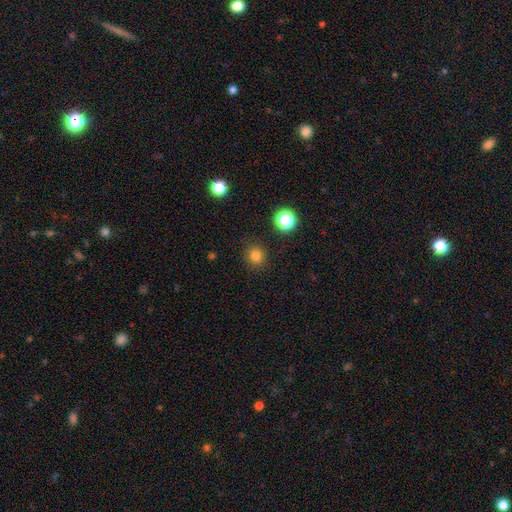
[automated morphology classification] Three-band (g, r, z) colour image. It shows a smooth galaxy with no disk features (79%) that is round (91%). Merging: none (89%).